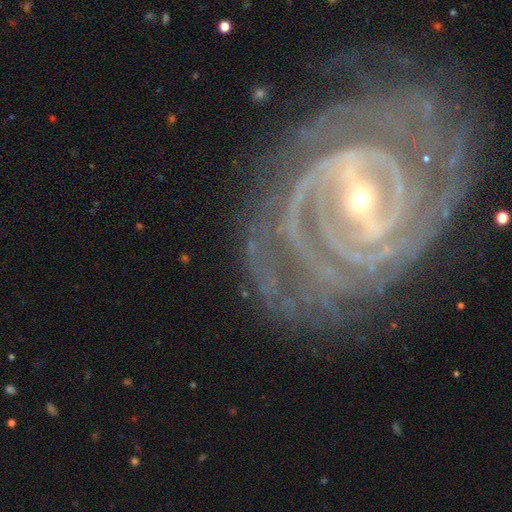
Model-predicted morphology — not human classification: This appears to be a featured or disk galaxy (88%) with a strong bar (58%), can't tell (23%, tied with 2) tight (78%) spiral arms (96%) and a small central bulge (69%). Merging: none (69%).